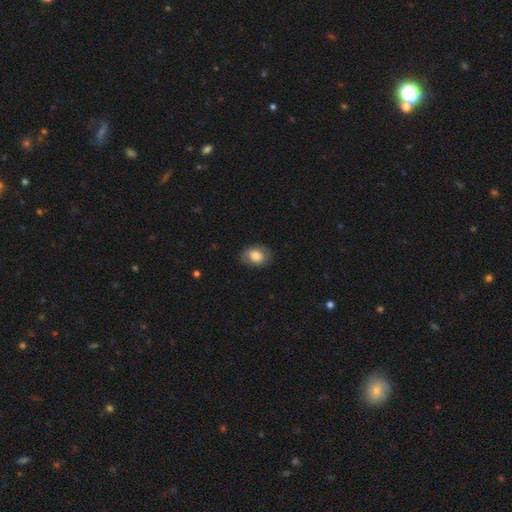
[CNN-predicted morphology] Smooth or featured?
  - smooth: 72% *
  - featured or disk: 20%
  - star or artifact: 7%
How rounded?
  - in between: 71% *
  - round: 28%
  - cigar-shaped: 1%
Merging?
  - none: 77% *
  - minor disturbance: 16%
  - major disturbance: 5%
  - merger: 1%